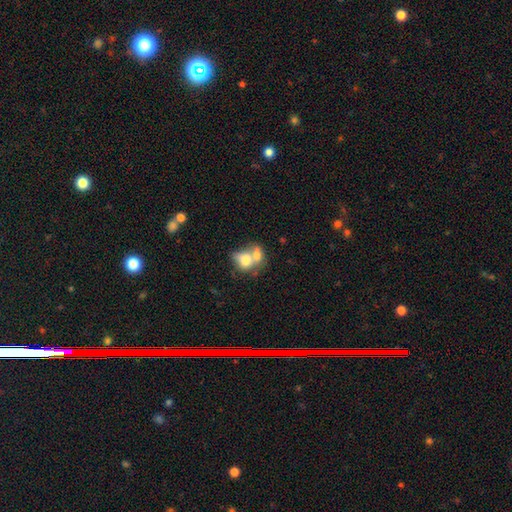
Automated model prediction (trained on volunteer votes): smooth_or_featured: smooth (p=0.70) [alt: featured or disk p=0.22]
how_rounded: in between (p=0.56) [alt: round p=0.42]
merging: merger (p=0.72) [alt: none p=0.16]